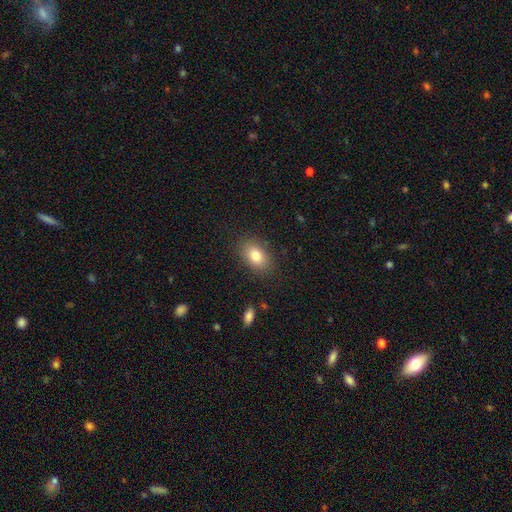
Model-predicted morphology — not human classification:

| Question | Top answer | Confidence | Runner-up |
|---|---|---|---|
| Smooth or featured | smooth | 81% | featured or disk (10%) |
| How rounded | in between | 84% | round (14%) |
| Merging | none | 85% | minor disturbance (11%) |